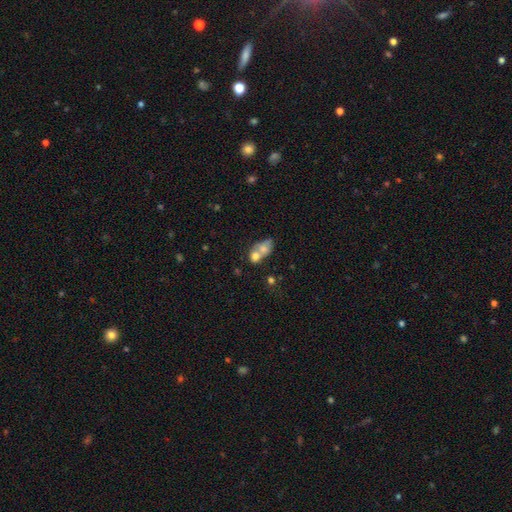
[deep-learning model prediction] Q: Smooth or featured?
A: smooth (67%); runner-up: featured or disk (23%)
Q: How rounded?
A: in between (62%); runner-up: round (35%)
Q: Merging?
A: merger (66%); runner-up: none (20%)